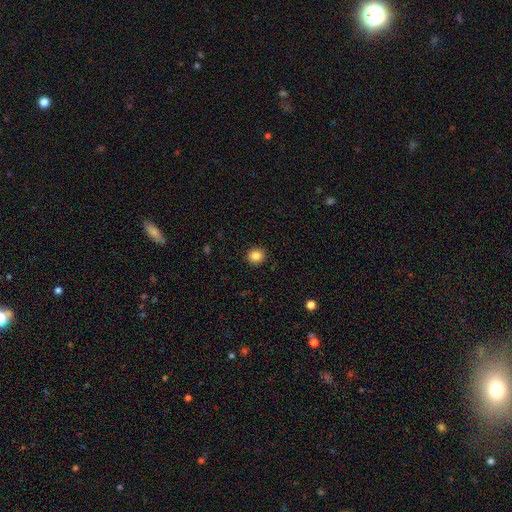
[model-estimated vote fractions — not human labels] Overall: smooth (85%). How rounded: round (87%). Merging: none (92%).